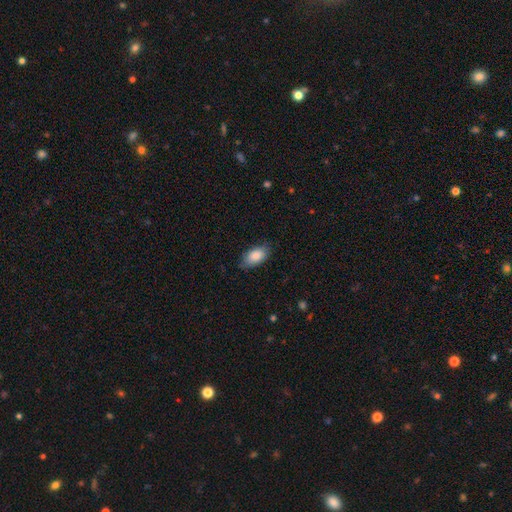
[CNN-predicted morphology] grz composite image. It shows a smooth galaxy with no disk features (85%) that is in between round and cigar-shaped (93%). Merging: none (78%).